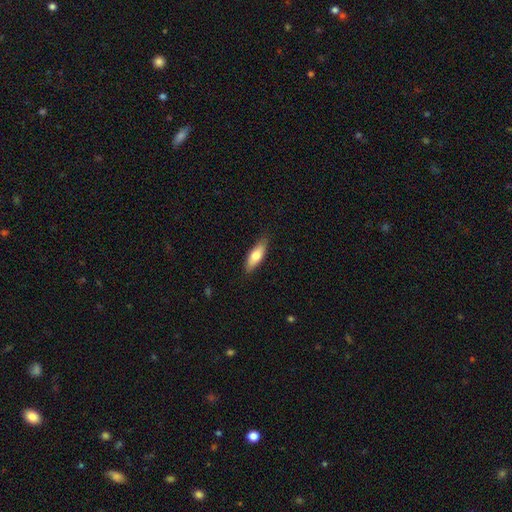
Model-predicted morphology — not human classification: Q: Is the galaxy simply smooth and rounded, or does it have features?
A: smooth — 73%.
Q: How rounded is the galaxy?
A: in between — 61%.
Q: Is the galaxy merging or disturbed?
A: none — 83%.